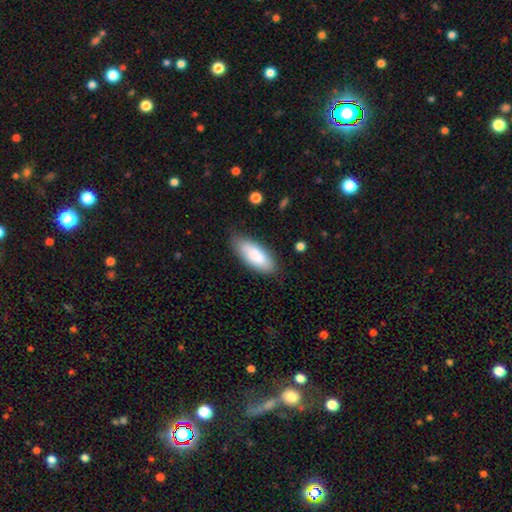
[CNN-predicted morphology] smooth 83%, featured or disk 11%, star or artifact 6%. Down the decision tree: how rounded — in between (82%); merging — none (77%).